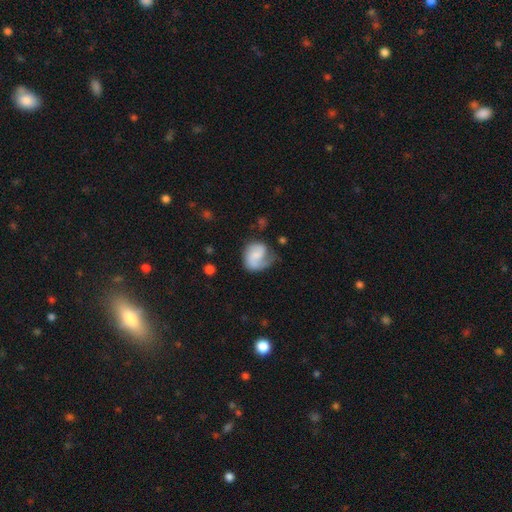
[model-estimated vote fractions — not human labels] Smooth or featured?
  - featured or disk: 58% *
  - smooth: 36%
  - star or artifact: 7%
Edge-on disk?
  - no: 98% *
  - yes: 2%
Bar?
  - no: 53% *
  - weak: 38%
  - strong: 9%
Spiral arms?
  - yes: 90% *
  - no: 10%
Spiral winding?
  - medium: 41% *
  - loose: 31%
  - tight: 28%
Spiral arm count?
  - 1: 47% *
  - 2: 42%
  - can't tell: 8%
  - 3: 2%
  - 4: 1%
  - more than 4: 1%
Bulge size?
  - small: 37% *
  - none: 34%
  - moderate: 21%
  - large: 6%
  - dominant: 2%
Merging?
  - none: 48% *
  - minor disturbance: 28%
  - major disturbance: 22%
  - merger: 2%